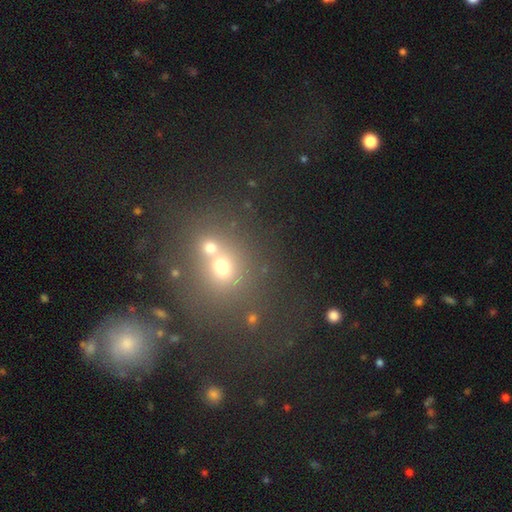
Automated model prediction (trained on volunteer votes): Smooth or featured? Predicted: smooth (p=0.50). Merging? Predicted: none (p=0.47).